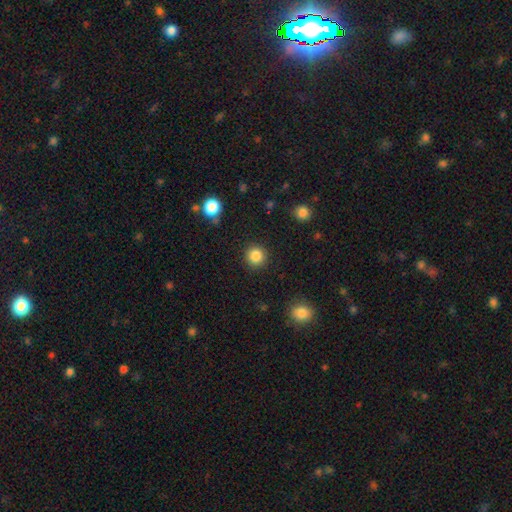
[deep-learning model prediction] This appears to be a smooth galaxy with no disk features (86%) that is round (94%). Merging: none (91%).